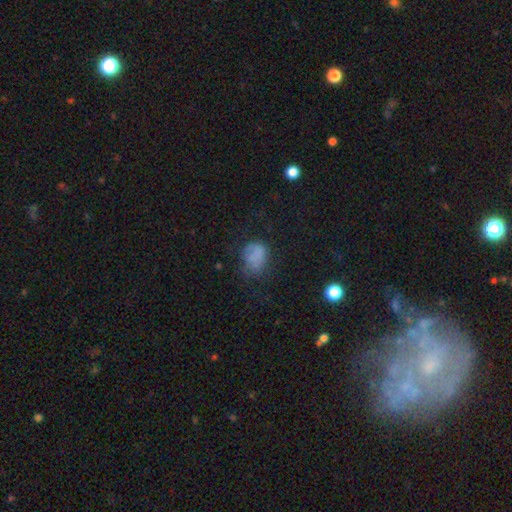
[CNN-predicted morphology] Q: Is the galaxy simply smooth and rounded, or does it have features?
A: smooth — 69%.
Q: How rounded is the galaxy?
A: in between — 57%.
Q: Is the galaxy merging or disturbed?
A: none — 45%.